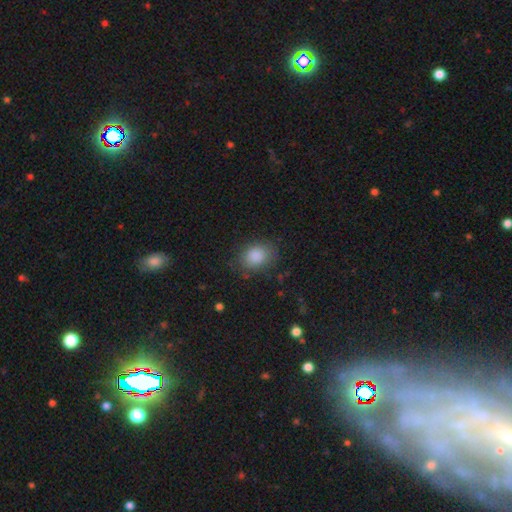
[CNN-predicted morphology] Smooth or featured? Predicted: smooth (p=0.87). How rounded? Predicted: in between (p=0.57). Merging? Predicted: none (p=0.79).